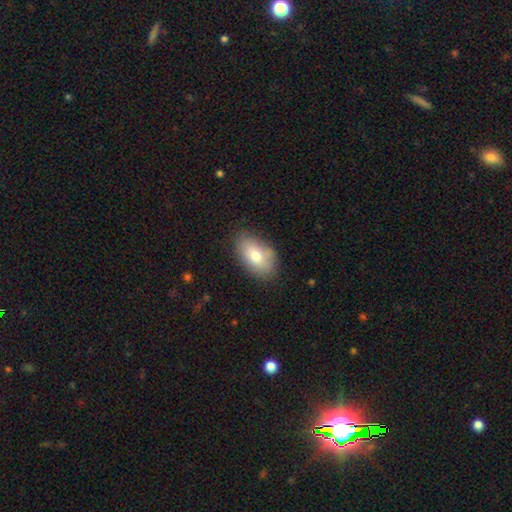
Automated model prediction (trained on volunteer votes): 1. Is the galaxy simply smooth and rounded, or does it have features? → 74% smooth, 19% featured or disk, 8% star or artifact.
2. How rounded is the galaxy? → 92% in between, 7% round, 2% cigar-shaped.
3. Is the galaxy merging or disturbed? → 79% none, 16% minor disturbance, 3% major disturbance, 2% merger.